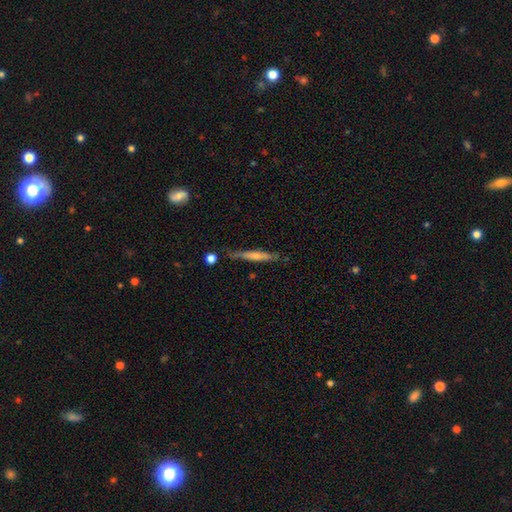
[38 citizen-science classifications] Overall: featured or disk (50%; smooth 45%). Edge-on disk: yes (74%). Edge-on bulge: none (50%; rounded 43%). Merging: none (75%).